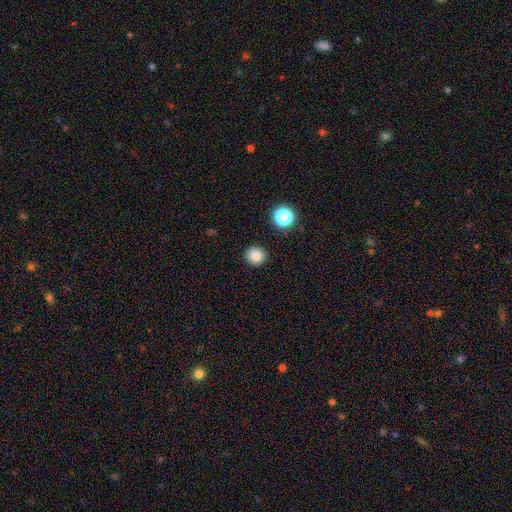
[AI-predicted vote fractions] smooth-or-featured: smooth: 85% | star or artifact: 11% | featured or disk: 4%
  how-rounded: round: 94% | in between: 6% | cigar-shaped: 1%
  merging: none: 91% | minor disturbance: 5% | major disturbance: 2% | merger: 1%